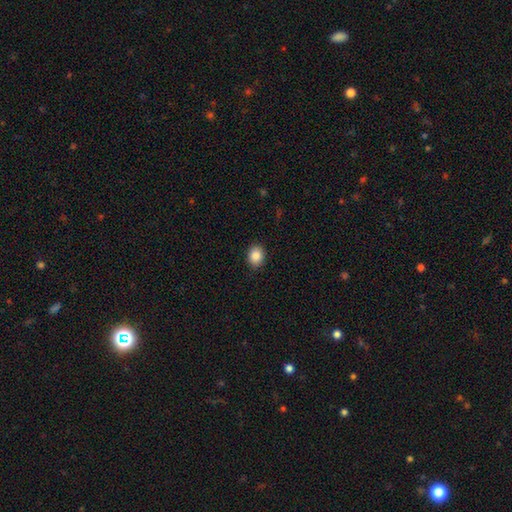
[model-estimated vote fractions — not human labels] Smooth or featured? smooth (87%)
How rounded? round (53%)
Merging? none (90%)